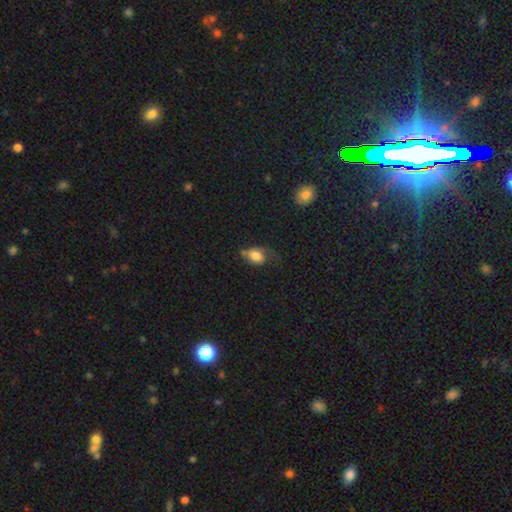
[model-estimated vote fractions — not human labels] Smooth or featured?
  - smooth: 73% *
  - featured or disk: 18%
  - star or artifact: 9%
How rounded?
  - in between: 73% *
  - round: 25%
  - cigar-shaped: 2%
Merging?
  - none: 34% *
  - minor disturbance: 31%
  - major disturbance: 27%
  - merger: 8%